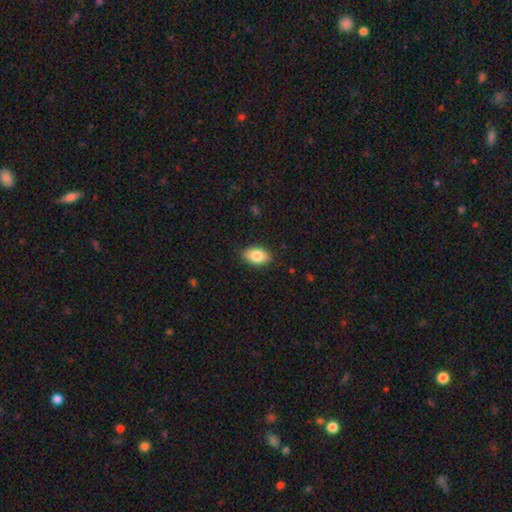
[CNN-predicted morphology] Q: Smooth or featured?
A: smooth (84%); runner-up: featured or disk (9%)
Q: How rounded?
A: in between (89%); runner-up: round (9%)
Q: Merging?
A: none (86%); runner-up: minor disturbance (11%)